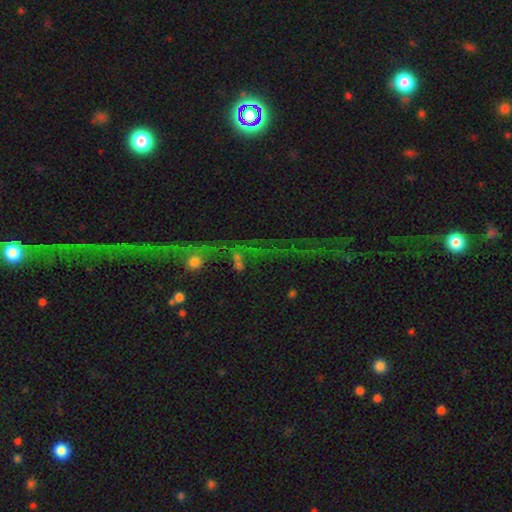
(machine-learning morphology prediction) smooth_or_featured: star or artifact (p=0.60) [alt: featured or disk p=0.22]